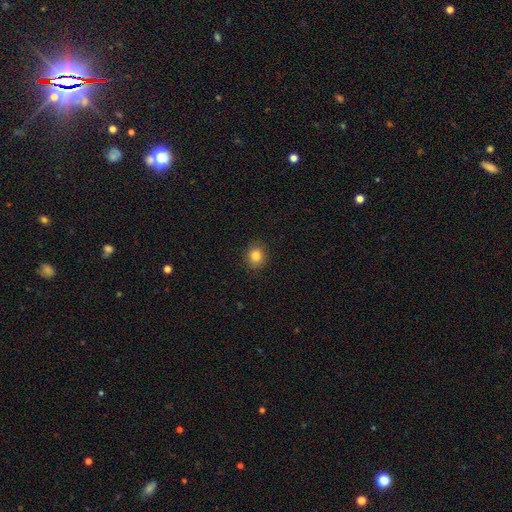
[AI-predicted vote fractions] This appears to be a smooth galaxy with no disk features (83%) that is round (77%). Merging: none (90%).